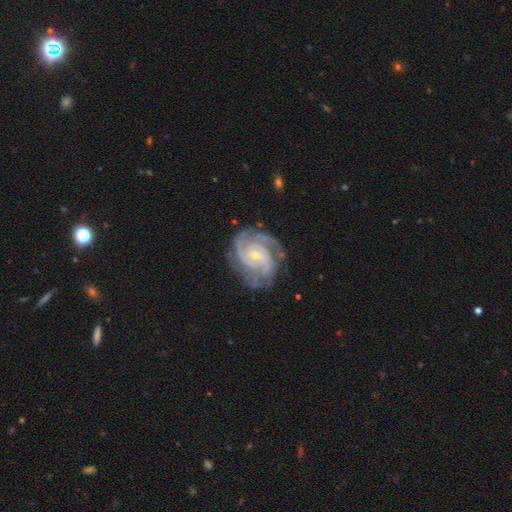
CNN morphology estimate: Q: Smooth or featured?
A: featured or disk (91%); runner-up: star or artifact (5%)
Q: Edge-on disk?
A: no (98%); runner-up: yes (2%)
Q: Bar?
A: no (67%); runner-up: weak (26%)
Q: Spiral arms?
A: yes (98%); runner-up: no (2%)
Q: Spiral winding?
A: tight (64%); runner-up: medium (32%)
Q: Spiral arm count?
A: 3 (32%); runner-up: 2 (22%)
Q: Bulge size?
A: small (75%); runner-up: moderate (22%)
Q: Merging?
A: none (74%); runner-up: minor disturbance (18%)